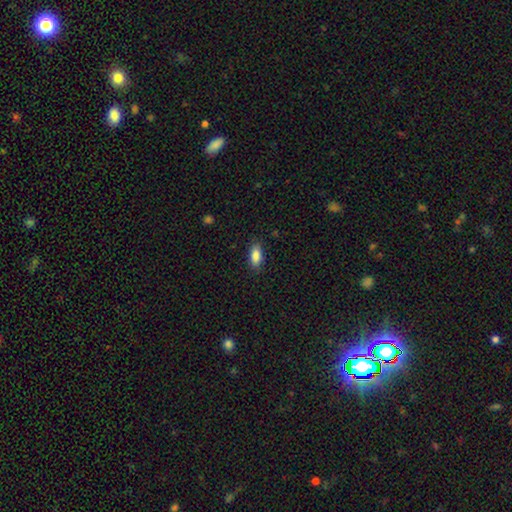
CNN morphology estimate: Q: Smooth or featured?
A: smooth (87%); runner-up: star or artifact (7%)
Q: How rounded?
A: in between (84%); runner-up: cigar-shaped (13%)
Q: Merging?
A: none (85%); runner-up: minor disturbance (11%)